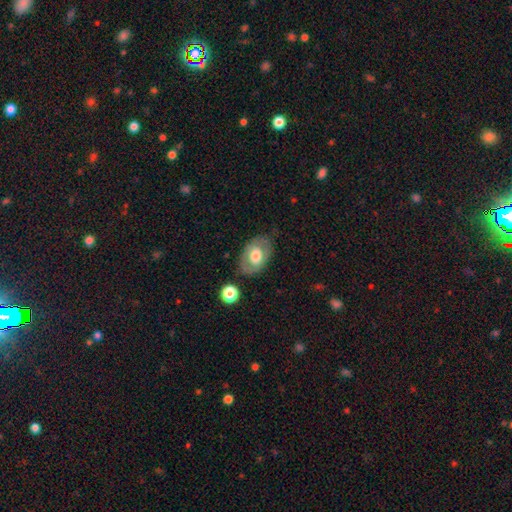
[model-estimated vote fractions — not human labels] A smooth galaxy with no disk features (55%) that is in between round and cigar-shaped (84%). Merging: none (75%).